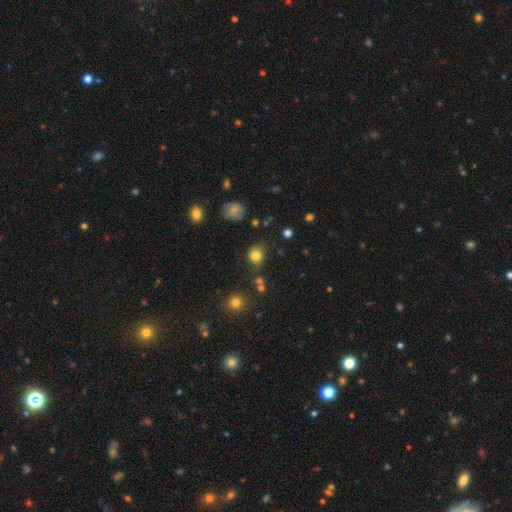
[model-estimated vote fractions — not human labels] smooth-or-featured: smooth: 80% | star or artifact: 13% | featured or disk: 7%
  how-rounded: round: 78% | in between: 21% | cigar-shaped: 1%
  merging: none: 72% | minor disturbance: 17% | major disturbance: 5% | merger: 5%